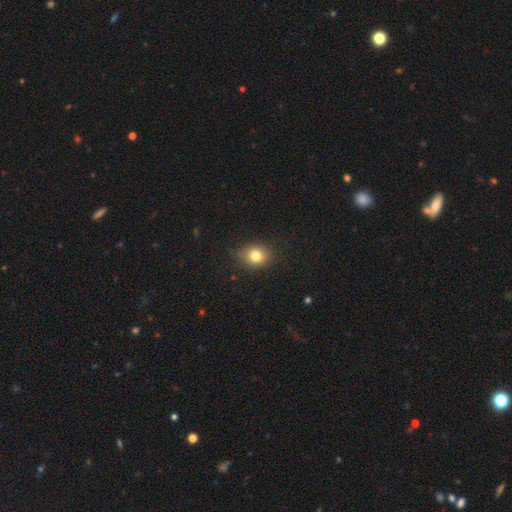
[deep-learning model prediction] smooth 79%, star or artifact 12%, featured or disk 9%. Down the decision tree: how rounded — round (63%); merging — none (81%).